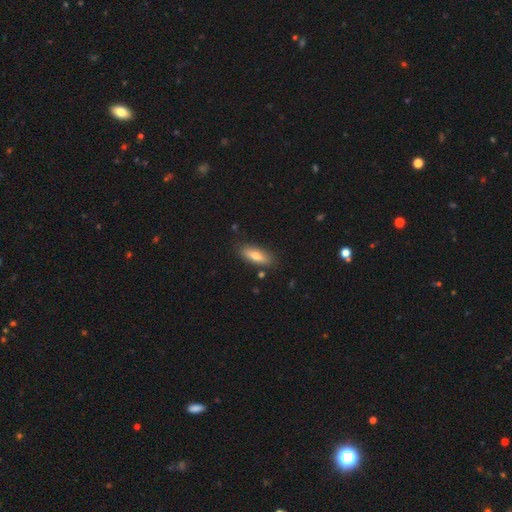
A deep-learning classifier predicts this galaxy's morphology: smooth-or-featured: smooth: 73% | featured or disk: 21% | star or artifact: 6%
  how-rounded: in between: 63% | cigar-shaped: 34% | round: 3%
  merging: none: 83% | minor disturbance: 12% | merger: 3% | major disturbance: 2%